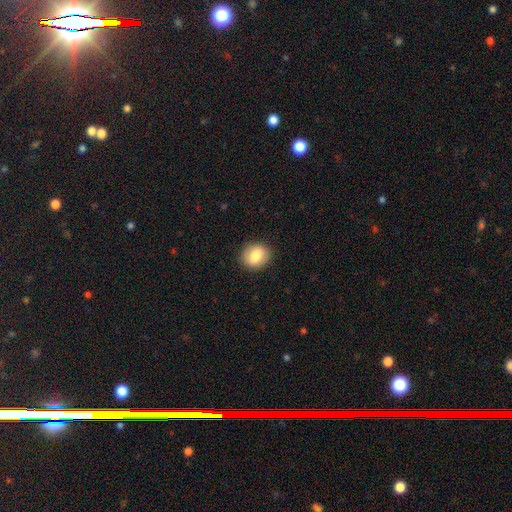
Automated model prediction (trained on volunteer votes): Morphology: type=smooth (80%); roundness=round (64%); merging=none (88%).